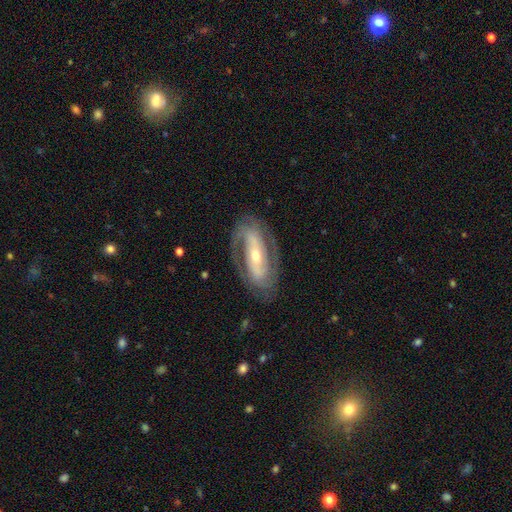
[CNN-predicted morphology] Q: Smooth or featured?
A: featured or disk (84%); runner-up: smooth (11%)
Q: Edge-on disk?
A: no (91%); runner-up: yes (9%)
Q: Bar?
A: strong (52%); runner-up: no (24%)
Q: Spiral arms?
A: yes (86%); runner-up: no (14%)
Q: Spiral winding?
A: tight (46%); runner-up: medium (40%)
Q: Spiral arm count?
A: 2 (82%); runner-up: can't tell (10%)
Q: Bulge size?
A: small (49%); runner-up: moderate (46%)
Q: Merging?
A: none (79%); runner-up: minor disturbance (13%)